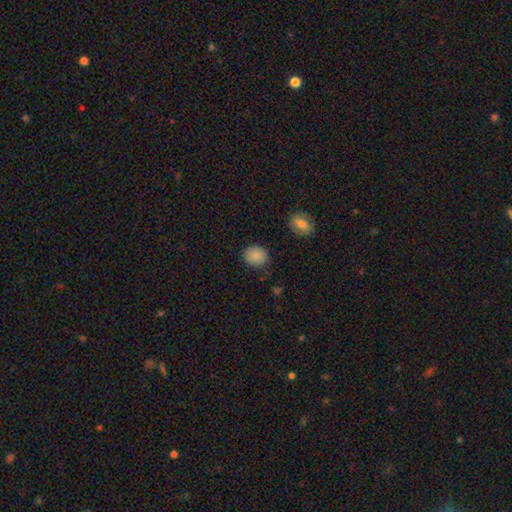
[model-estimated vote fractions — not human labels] This appears to be a smooth galaxy with no disk features (87%) that is round (73%). Merging: none (84%).